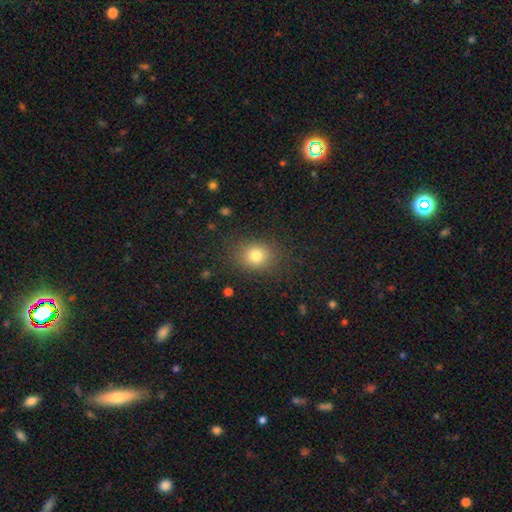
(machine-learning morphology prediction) This is likely a smooth galaxy (78%). How rounded: likely round (60%). Merging: clearly none (84%).